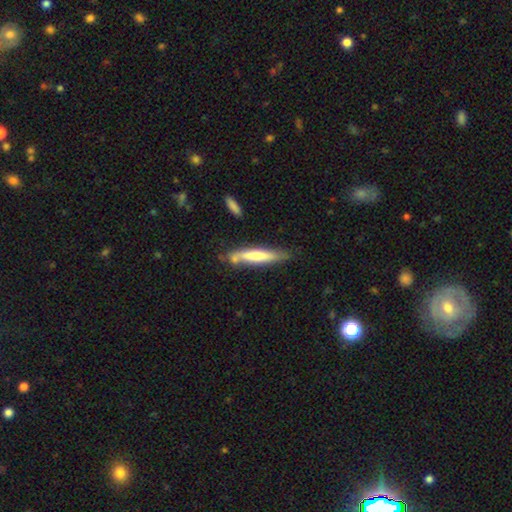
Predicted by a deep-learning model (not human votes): Morphology: type=smooth (60%); roundness=cigar-shaped (90%); merging=none (69%).